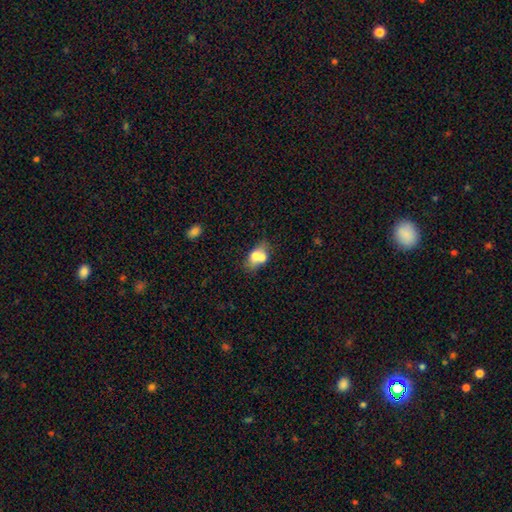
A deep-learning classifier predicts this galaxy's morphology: Smooth or featured? Predicted: smooth (p=0.65). How rounded? Predicted: in between (p=0.71). Merging? Predicted: merger (p=0.50).